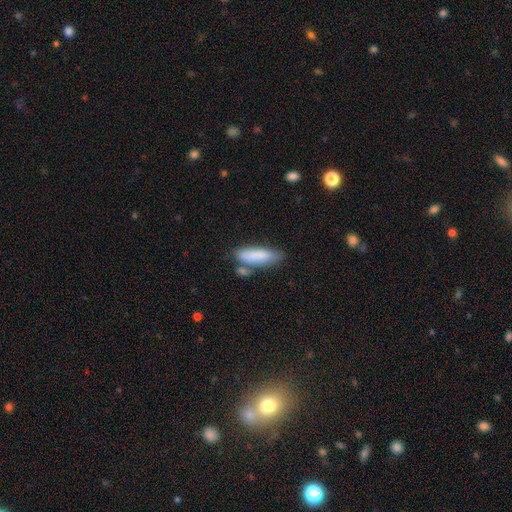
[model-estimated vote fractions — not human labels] Smooth or featured: smooth — 84% (featured or disk — 10%)
How rounded: in between — 51% (cigar-shaped — 47%)
Merging: none — 57% (minor disturbance — 20%)